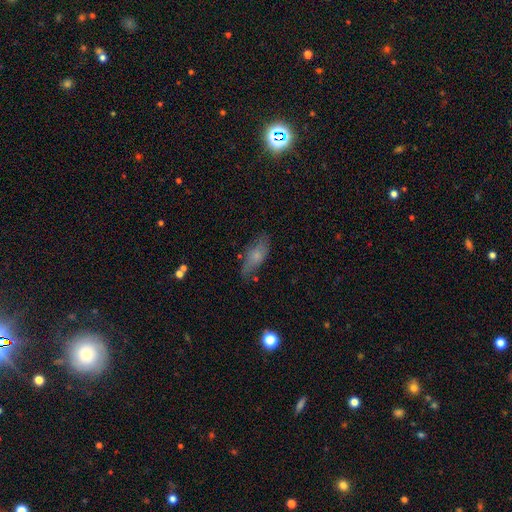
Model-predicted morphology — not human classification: Smooth or featured?
  - smooth: 65% *
  - featured or disk: 26%
  - star or artifact: 9%
How rounded?
  - in between: 74% *
  - cigar-shaped: 23%
  - round: 3%
Merging?
  - none: 66% *
  - minor disturbance: 24%
  - major disturbance: 8%
  - merger: 3%